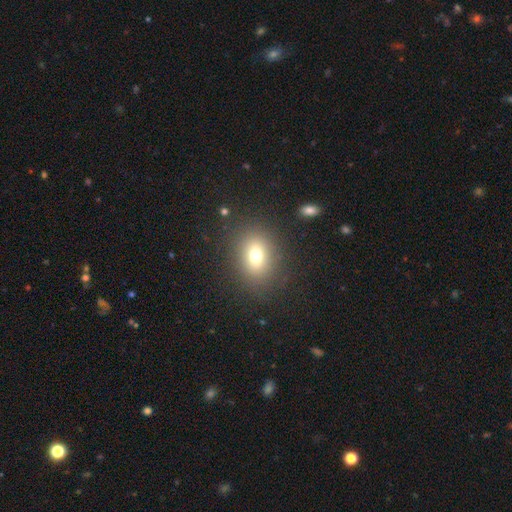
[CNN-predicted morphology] Smooth or featured?
  - smooth: 73% *
  - star or artifact: 14%
  - featured or disk: 13%
How rounded?
  - in between: 55% *
  - round: 44%
  - cigar-shaped: 1%
Merging?
  - none: 85% *
  - minor disturbance: 9%
  - major disturbance: 5%
  - merger: 2%